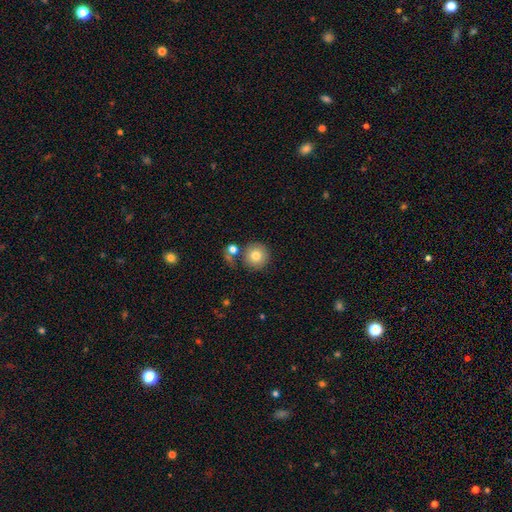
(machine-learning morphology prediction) smooth-or-featured: smooth: 79% | featured or disk: 11% | star or artifact: 11%
  how-rounded: round: 95% | in between: 4% | cigar-shaped: 1%
  merging: none: 77% | merger: 11% | minor disturbance: 9% | major disturbance: 3%